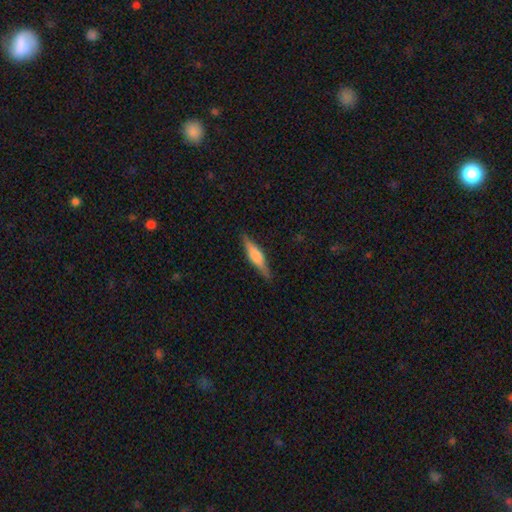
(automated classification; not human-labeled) Q: Smooth or featured?
A: featured or disk (49%); runner-up: smooth (45%)
Q: Merging?
A: none (86%); runner-up: minor disturbance (10%)